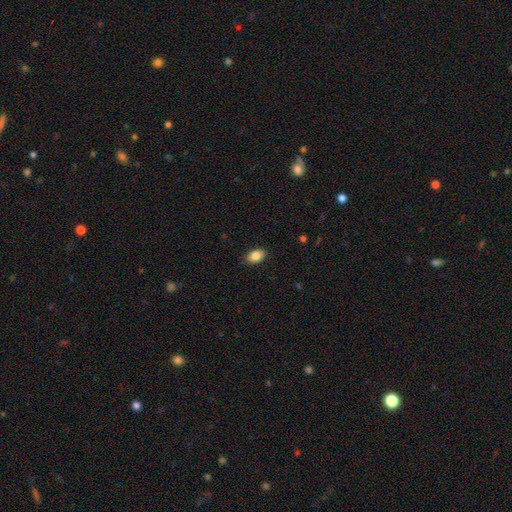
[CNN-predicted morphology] Smooth or featured? Predicted: smooth (p=0.85). How rounded? Predicted: in between (p=0.89). Merging? Predicted: none (p=0.86).